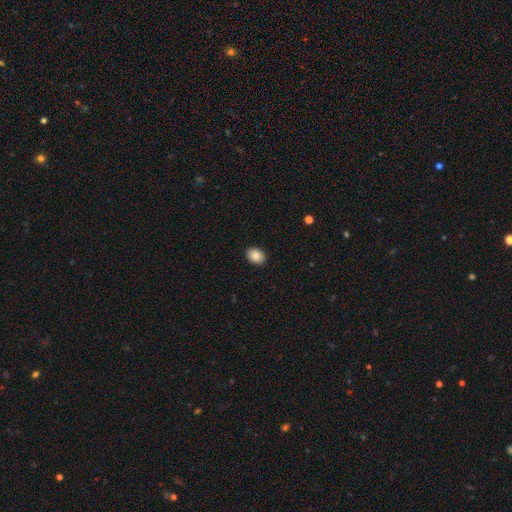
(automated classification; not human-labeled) Overall: smooth (88%). How rounded: in between (65%; round 34%). Merging: none (90%).